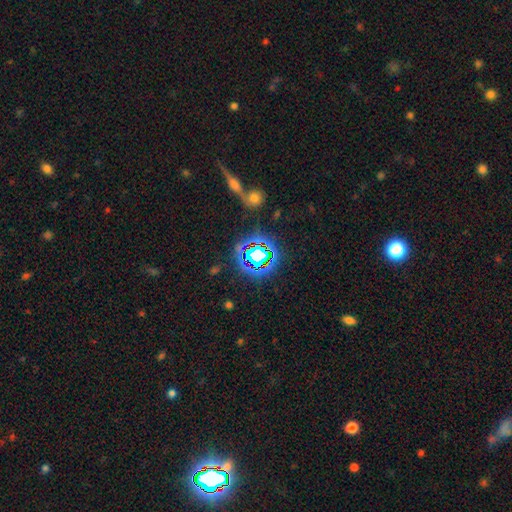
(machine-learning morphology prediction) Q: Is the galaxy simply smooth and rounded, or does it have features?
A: star or artifact — 68%.